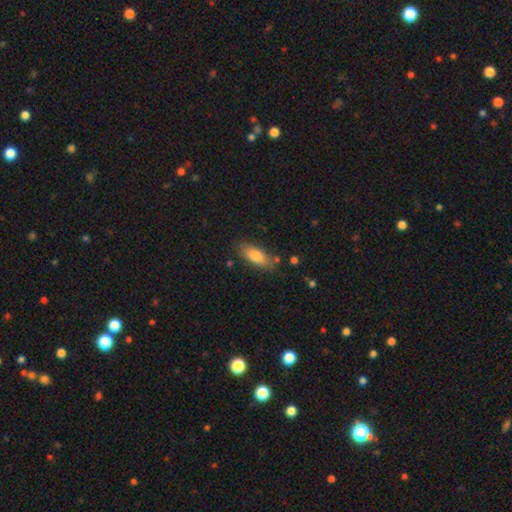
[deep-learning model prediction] Q: Smooth or featured?
A: smooth (79%); runner-up: featured or disk (14%)
Q: How rounded?
A: in between (74%); runner-up: cigar-shaped (23%)
Q: Merging?
A: none (79%); runner-up: minor disturbance (14%)